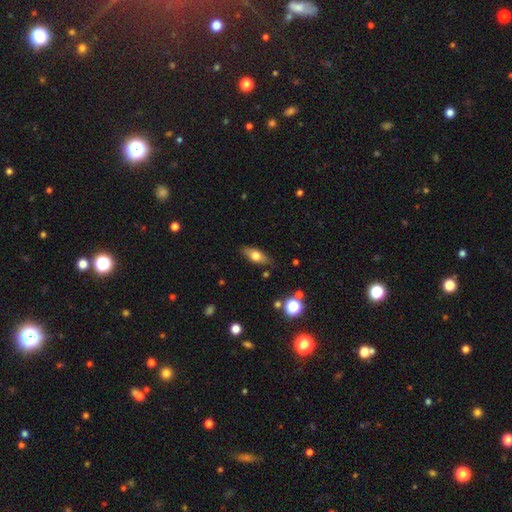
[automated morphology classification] Overall: smooth (63%; featured or disk 29%). How rounded: in between (73%). Merging: none (83%).